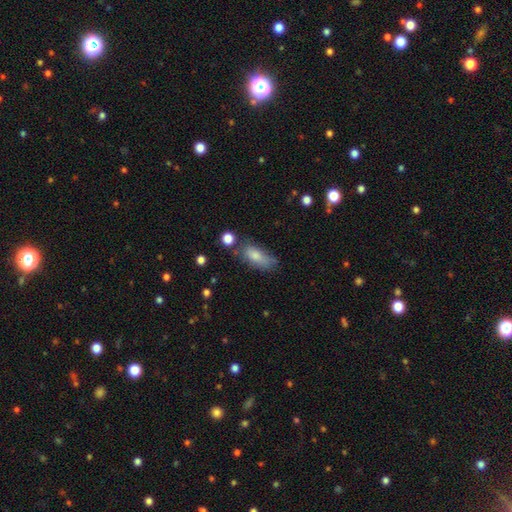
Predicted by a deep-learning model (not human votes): This is likely a smooth galaxy (80%). How rounded: clearly in between (82%). Merging: possibly none (53%).